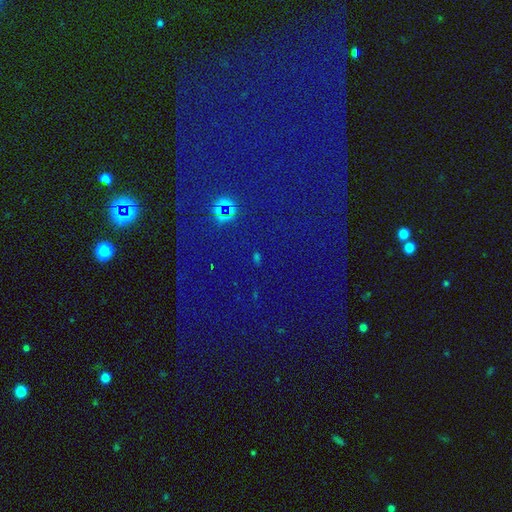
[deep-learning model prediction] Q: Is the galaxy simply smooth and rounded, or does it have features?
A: star or artifact — 77%.